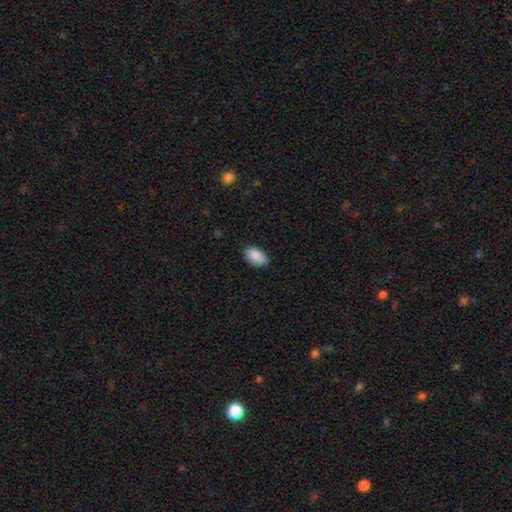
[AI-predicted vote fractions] The model was most divided on "merging": none: 87%, minor disturbance: 10%, major disturbance: 2%, merger: 1%. More confident: how rounded — in between (94%); smooth or featured — smooth (90%).